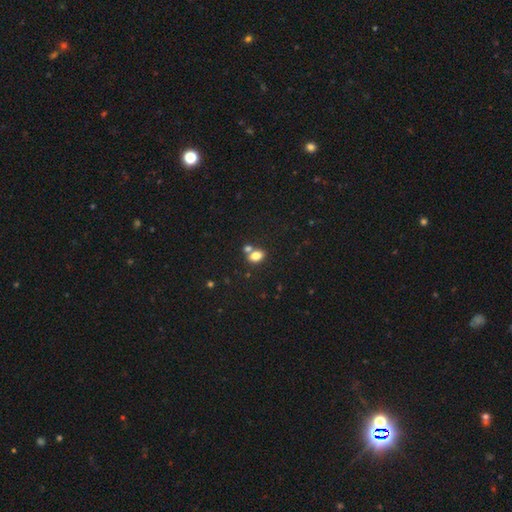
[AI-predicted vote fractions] A smooth galaxy with no disk features (81%) that is in between round and cigar-shaped (75%).

Vote fractions:
- Smooth or featured? smooth: 81% / star or artifact: 12% / featured or disk: 8%
- How rounded? in between: 75% / round: 23% / cigar-shaped: 2%
- Merging? none: 54% / merger: 33% / minor disturbance: 10% / major disturbance: 3%